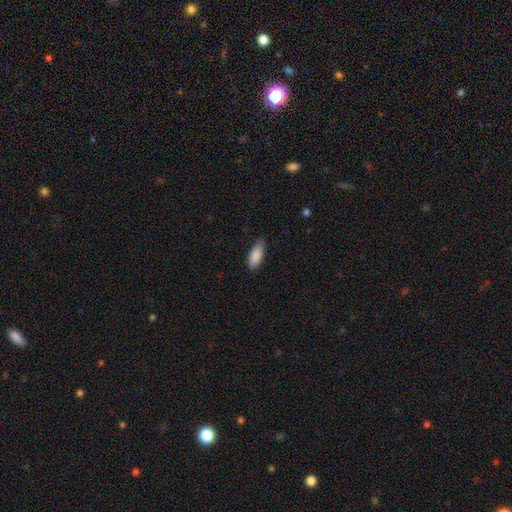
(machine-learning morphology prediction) Smooth or featured: smooth — 88% (star or artifact — 6%)
How rounded: in between — 80% (cigar-shaped — 18%)
Merging: none — 70% (minor disturbance — 25%)